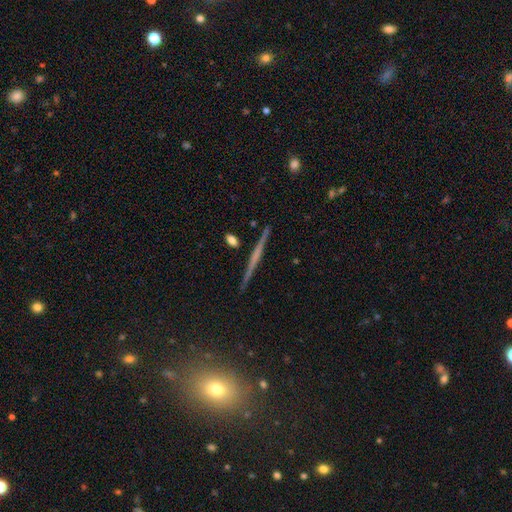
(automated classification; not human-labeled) smooth-or-featured: featured or disk: 70% | smooth: 22% | star or artifact: 8%
  disk-edge-on: yes: 98% | no: 2%
    edge-on-bulge: none: 61% | rounded: 28% | boxy: 11%
  merging: none: 91% | minor disturbance: 6% | merger: 1% | major disturbance: 1%